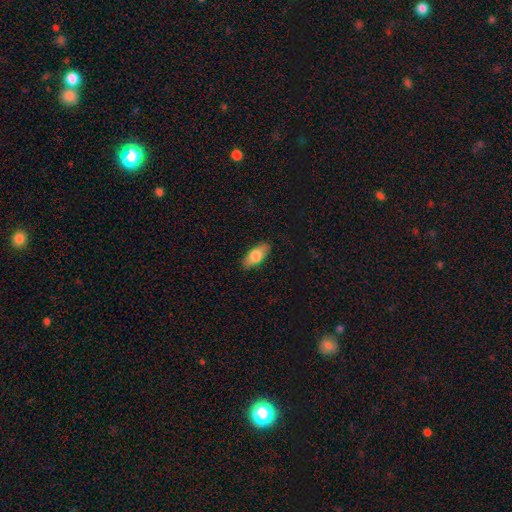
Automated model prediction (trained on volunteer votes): This is likely a smooth galaxy (75%). How rounded: clearly in between (83%). Merging: clearly none (87%).